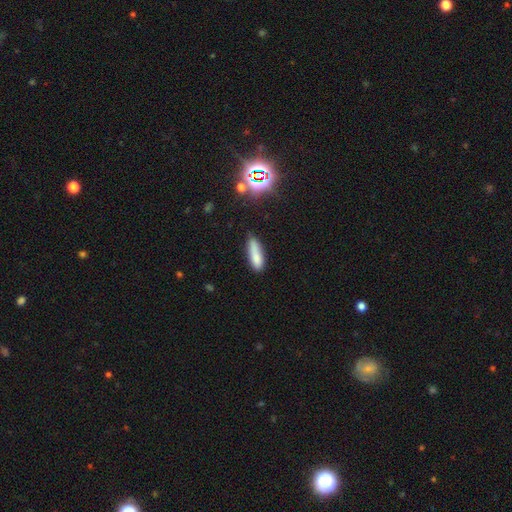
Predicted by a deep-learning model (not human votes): smooth_or_featured: smooth (p=0.81) [alt: featured or disk p=0.10]
how_rounded: cigar-shaped (p=0.56) [alt: in between p=0.42]
merging: none (p=0.66) [alt: minor disturbance p=0.24]